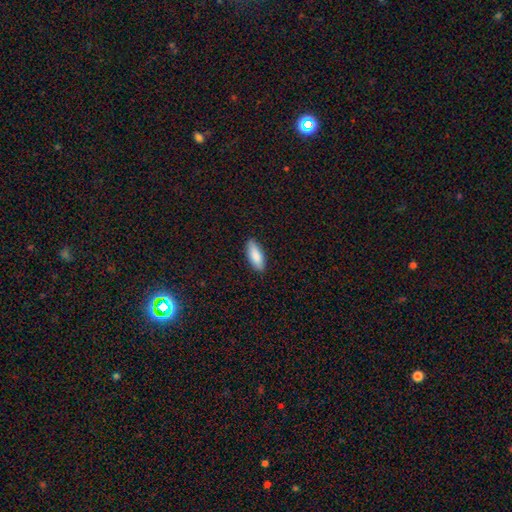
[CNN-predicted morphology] Smooth or featured?
  - smooth: 86% *
  - featured or disk: 9%
  - star or artifact: 5%
How rounded?
  - in between: 70% *
  - cigar-shaped: 28%
  - round: 2%
Merging?
  - none: 88% *
  - minor disturbance: 9%
  - major disturbance: 2%
  - merger: 1%